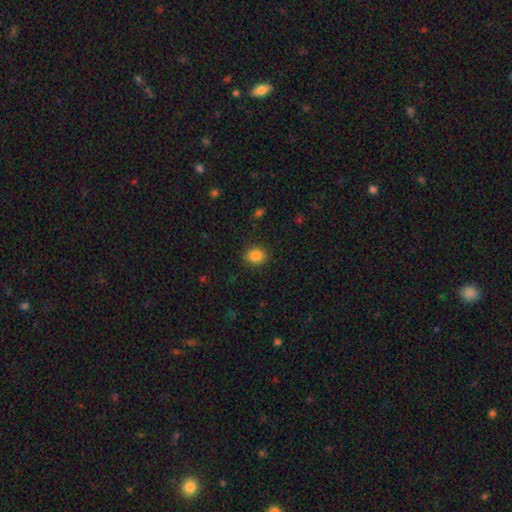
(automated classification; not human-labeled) A smooth galaxy with no disk features (85%) that is round (61%).

Vote fractions:
- Smooth or featured? smooth: 85% / star or artifact: 10% / featured or disk: 5%
- How rounded? round: 61% / in between: 38% / cigar-shaped: 1%
- Merging? none: 89% / minor disturbance: 8% / major disturbance: 2% / merger: 1%